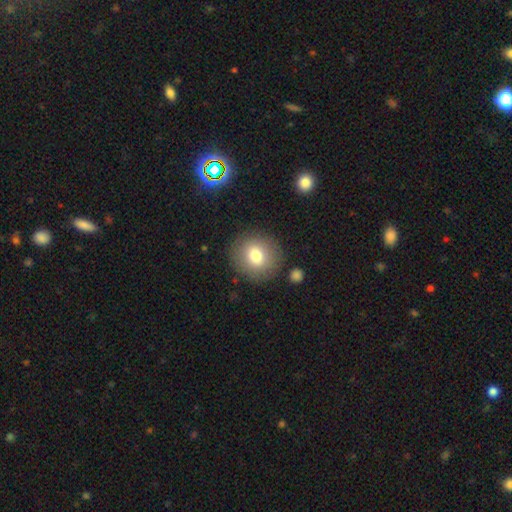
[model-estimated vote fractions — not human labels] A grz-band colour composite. It shows a smooth galaxy with no disk features (77%) that is round (86%). Merging: none (85%).